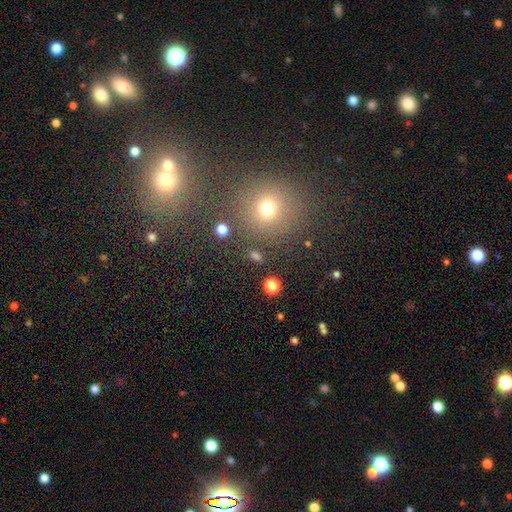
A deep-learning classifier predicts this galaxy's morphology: Smooth or featured? Predicted: smooth (p=0.64). How rounded? Predicted: round (p=0.71). Merging? Predicted: none (p=0.84).